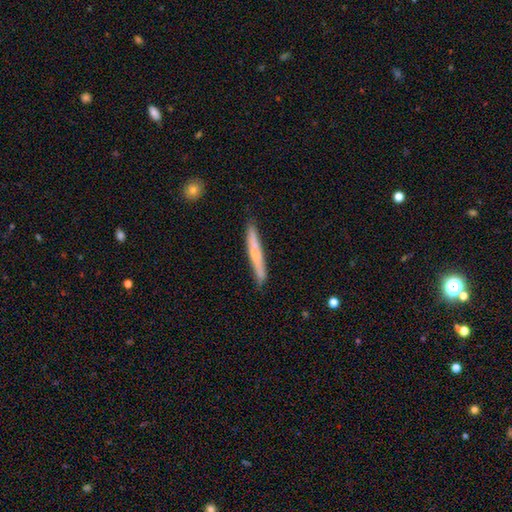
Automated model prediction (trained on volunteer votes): Smooth or featured?
  - smooth: 58% *
  - featured or disk: 36%
  - star or artifact: 6%
How rounded?
  - cigar-shaped: 96% *
  - in between: 3%
  - round: 1%
Merging?
  - none: 85% *
  - minor disturbance: 11%
  - major disturbance: 2%
  - merger: 2%